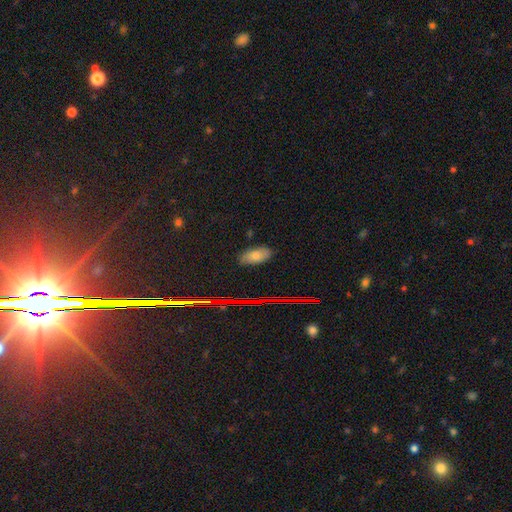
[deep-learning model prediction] smooth_or_featured: smooth (p=0.74) [alt: star or artifact p=0.15]
how_rounded: in between (p=0.93) [alt: cigar-shaped p=0.04]
merging: none (p=0.83) [alt: minor disturbance p=0.13]